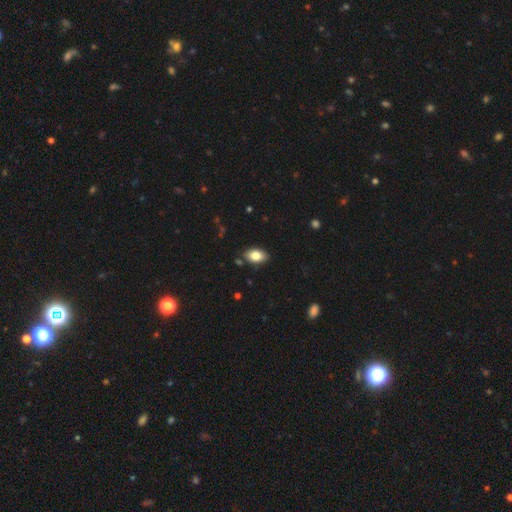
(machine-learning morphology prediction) Smooth or featured?
  - smooth: 81% *
  - featured or disk: 11%
  - star or artifact: 8%
How rounded?
  - in between: 91% *
  - round: 7%
  - cigar-shaped: 2%
Merging?
  - none: 86% *
  - minor disturbance: 10%
  - major disturbance: 2%
  - merger: 2%